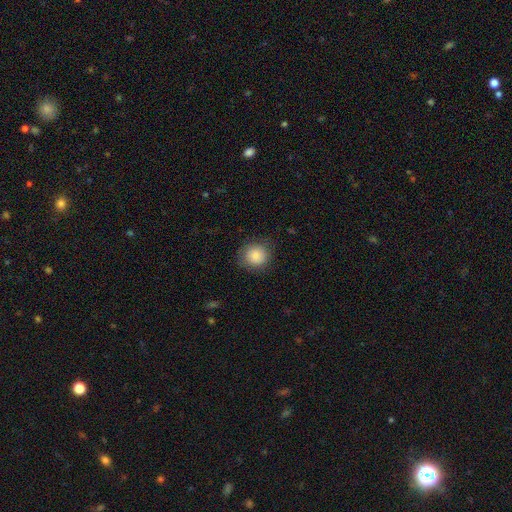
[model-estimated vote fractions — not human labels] Q: Smooth or featured?
A: smooth (86%); runner-up: star or artifact (8%)
Q: How rounded?
A: round (86%); runner-up: in between (13%)
Q: Merging?
A: none (81%); runner-up: minor disturbance (13%)